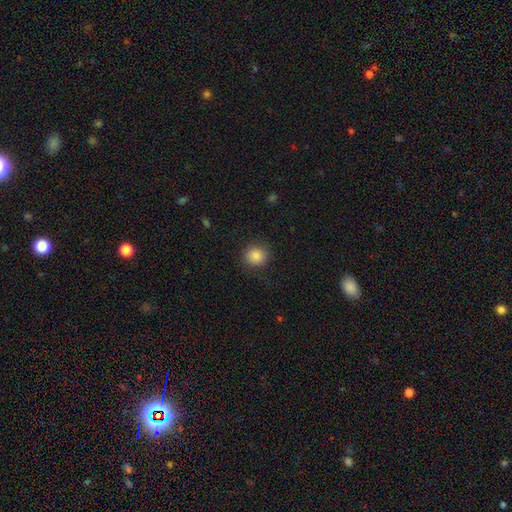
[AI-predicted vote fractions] Smooth or featured?
  - smooth: 85% *
  - star or artifact: 10%
  - featured or disk: 5%
How rounded?
  - round: 88% *
  - in between: 12%
  - cigar-shaped: 1%
Merging?
  - none: 86% *
  - minor disturbance: 9%
  - major disturbance: 4%
  - merger: 1%